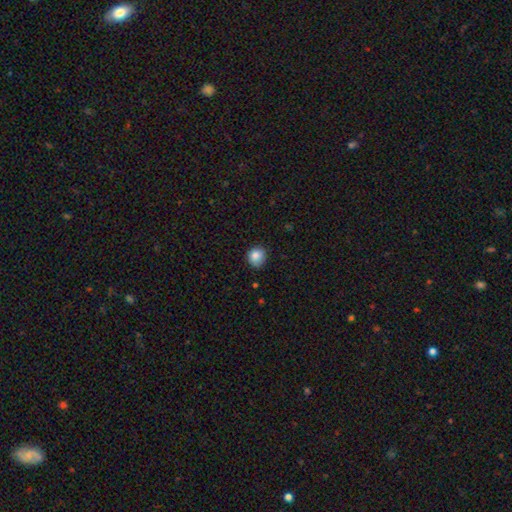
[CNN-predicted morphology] Smooth or featured? smooth (85%)
How rounded? round (83%)
Merging? none (79%)